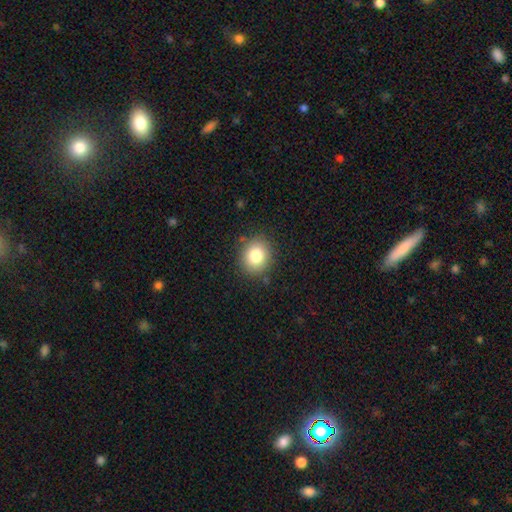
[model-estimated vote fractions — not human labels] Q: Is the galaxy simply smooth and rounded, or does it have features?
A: smooth — 80%.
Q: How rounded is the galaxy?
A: round — 72%.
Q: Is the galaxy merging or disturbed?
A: none — 87%.